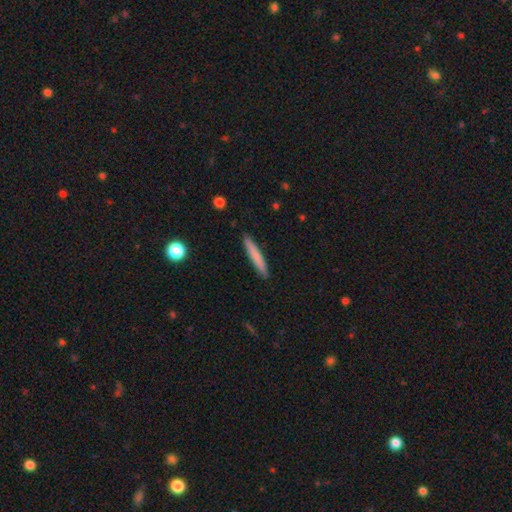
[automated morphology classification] A smooth galaxy with no disk features (77%) that is cigar-shaped (95%). Merging: none (91%).